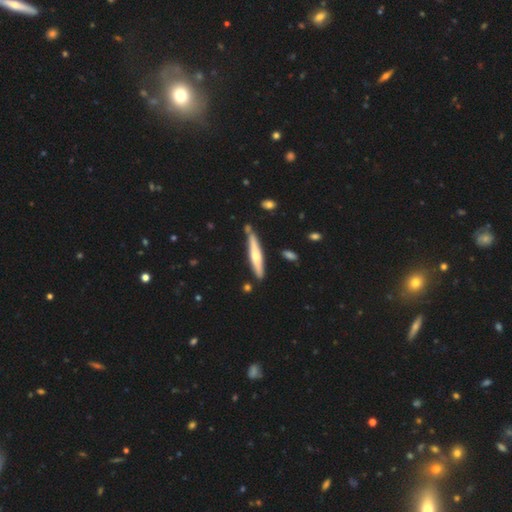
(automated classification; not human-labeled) Smooth or featured? Predicted: featured or disk (p=0.54). Edge-on disk? Predicted: yes (p=0.93). Edge-on bulge? Predicted: rounded (p=0.85). Merging? Predicted: none (p=0.81).